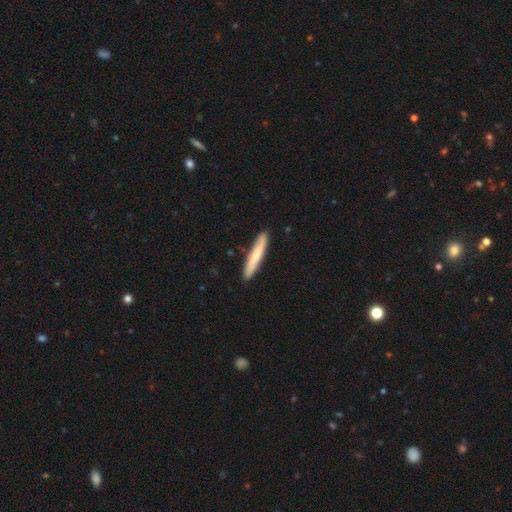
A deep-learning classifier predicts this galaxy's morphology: type=smooth (69%); roundness=cigar-shaped (94%); merging=none (89%).